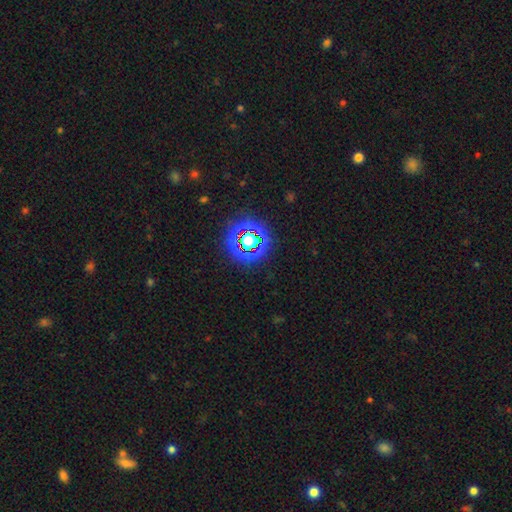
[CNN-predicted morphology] Q: Smooth or featured?
A: star or artifact (71%); runner-up: smooth (21%)